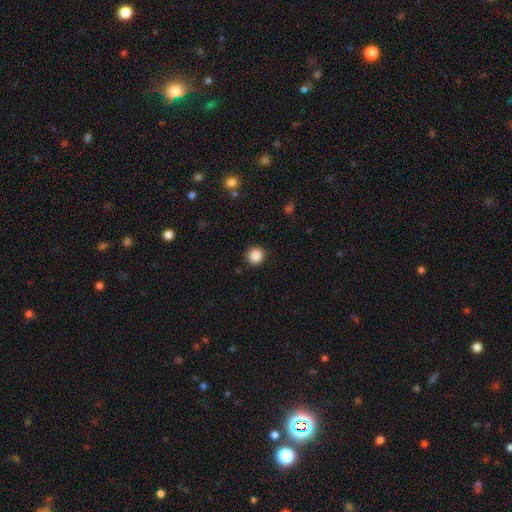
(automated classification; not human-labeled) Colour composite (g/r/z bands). It shows a smooth galaxy with no disk features (87%) that is round (91%). Merging: none (90%).